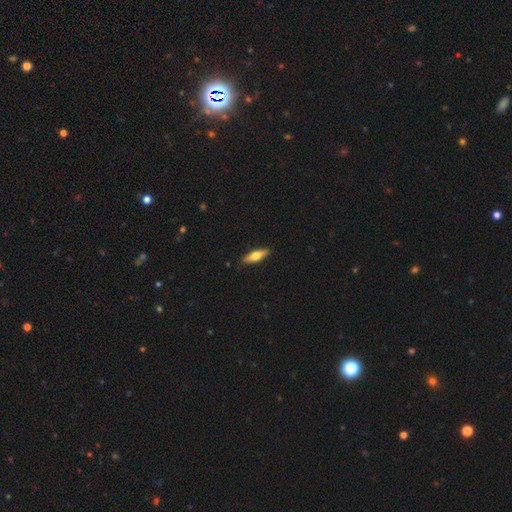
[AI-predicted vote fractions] A smooth galaxy with no disk features (57%) that is cigar-shaped (53%). Merging: none (89%).